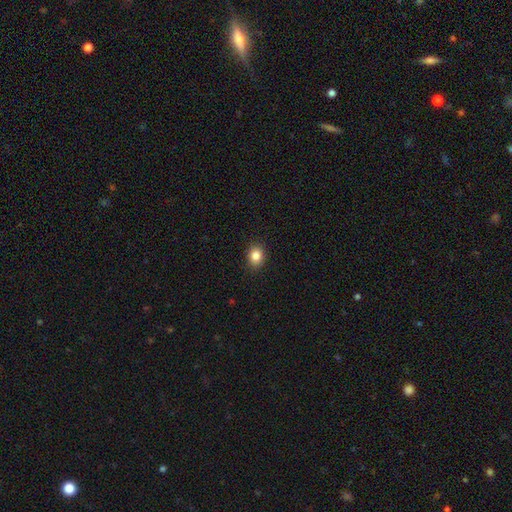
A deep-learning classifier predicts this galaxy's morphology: smooth-or-featured: smooth: 85% | star or artifact: 10% | featured or disk: 5%
  how-rounded: round: 55% | in between: 44% | cigar-shaped: 1%
  merging: none: 89% | minor disturbance: 8% | major disturbance: 2% | merger: 1%